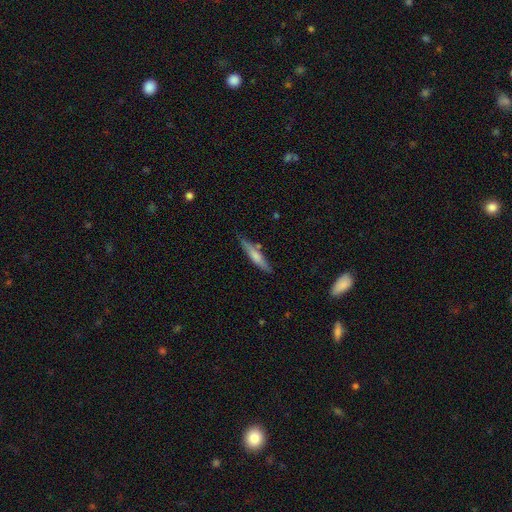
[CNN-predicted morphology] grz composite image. It shows a smooth galaxy with no disk features (66%) that is cigar-shaped (87%). Merging: none (77%).